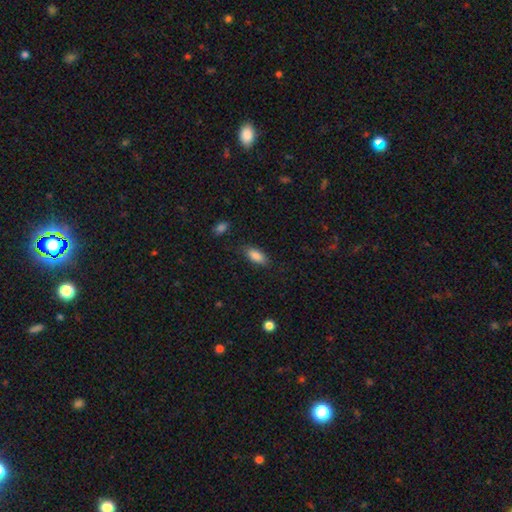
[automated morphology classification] smooth 86%, star or artifact 7%, featured or disk 6%. Down the decision tree: how rounded — in between (86%); merging — none (80%).